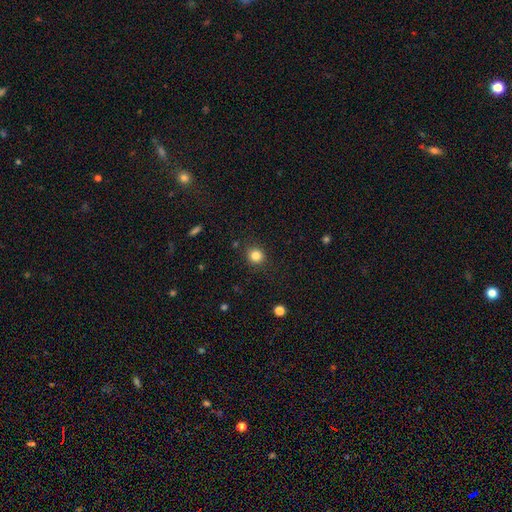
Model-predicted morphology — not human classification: A smooth galaxy with no disk features (83%) that is round (90%).

Vote fractions:
- Smooth or featured? smooth: 83% / star or artifact: 12% / featured or disk: 5%
- How rounded? round: 90% / in between: 9% / cigar-shaped: 1%
- Merging? none: 89% / minor disturbance: 7% / major disturbance: 3% / merger: 1%